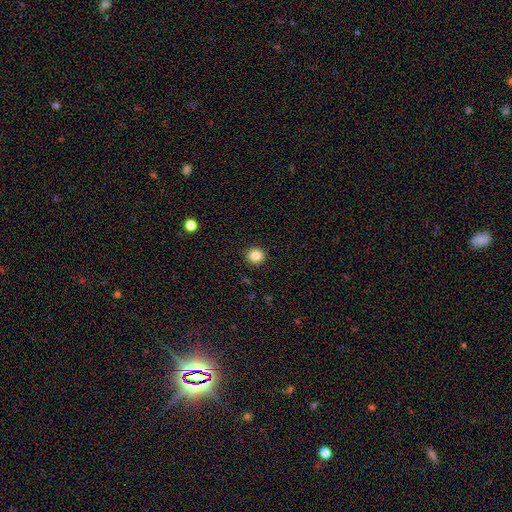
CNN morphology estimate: The model was most divided on "smooth or featured": smooth: 85%, star or artifact: 11%, featured or disk: 4%. More confident: merging — none (92%); how rounded — round (92%).